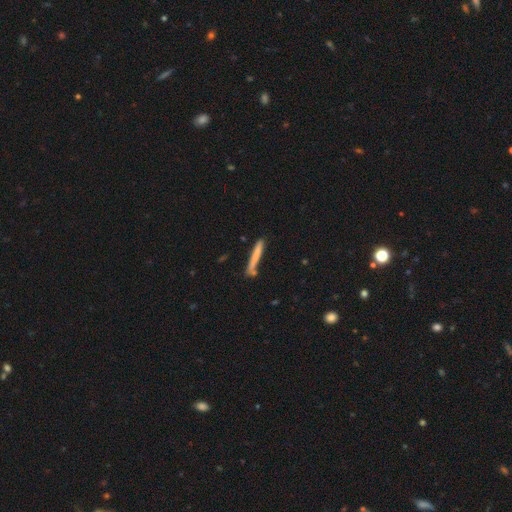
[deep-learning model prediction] A smooth galaxy with no disk features (70%) that is cigar-shaped (96%).

Vote fractions:
- Smooth or featured? smooth: 70% / featured or disk: 23% / star or artifact: 7%
- How rounded? cigar-shaped: 96% / in between: 3% / round: 1%
- Merging? none: 75% / minor disturbance: 15% / merger: 7% / major disturbance: 3%